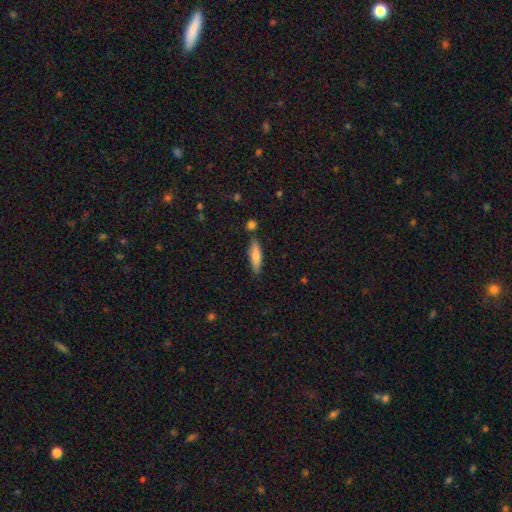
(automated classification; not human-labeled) A smooth galaxy with no disk features (73%) that is cigar-shaped (65%).

Vote fractions:
- Smooth or featured? smooth: 73% / featured or disk: 21% / star or artifact: 7%
- How rounded? cigar-shaped: 65% / in between: 33% / round: 2%
- Merging? none: 81% / minor disturbance: 12% / merger: 5% / major disturbance: 2%